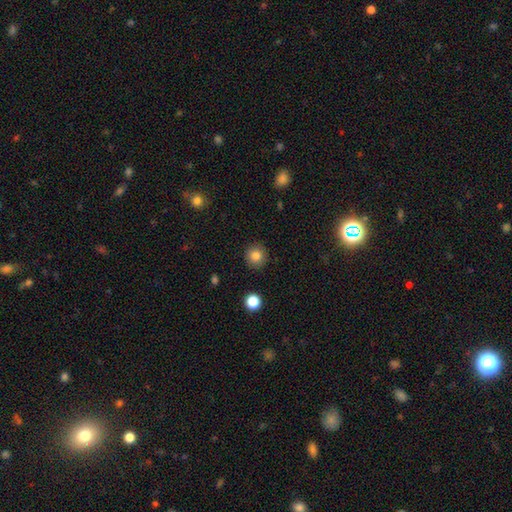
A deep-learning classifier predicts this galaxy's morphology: The model was most divided on "smooth or featured": smooth: 83%, star or artifact: 11%, featured or disk: 6%. More confident: how rounded — round (93%); merging — none (91%).